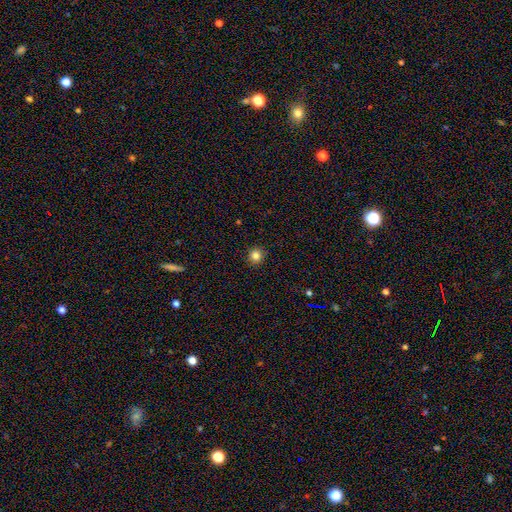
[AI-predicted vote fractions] Smooth or featured? Predicted: smooth (p=0.84). How rounded? Predicted: round (p=0.92). Merging? Predicted: none (p=0.92).